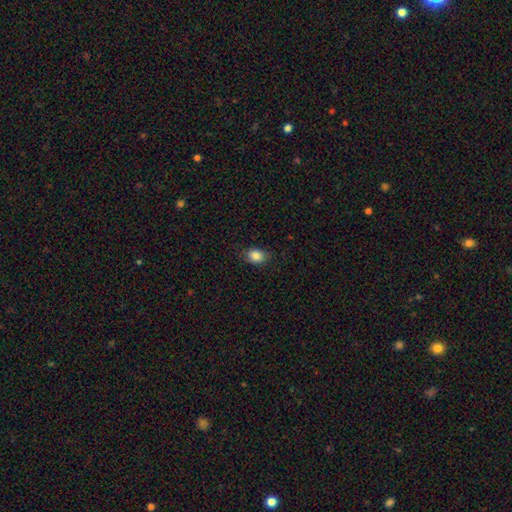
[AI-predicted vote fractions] Q: Smooth or featured?
A: smooth (86%); runner-up: star or artifact (9%)
Q: How rounded?
A: in between (67%); runner-up: round (32%)
Q: Merging?
A: none (79%); runner-up: minor disturbance (16%)